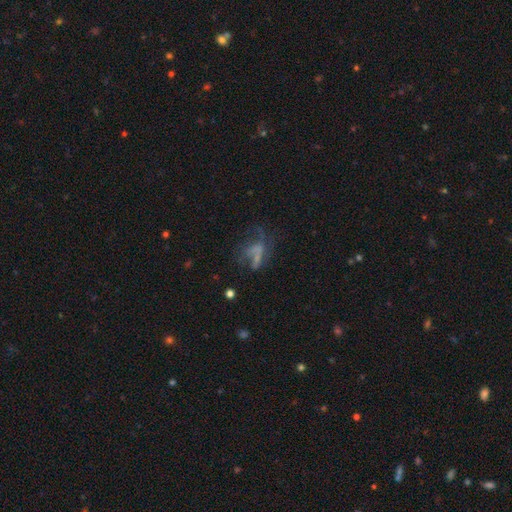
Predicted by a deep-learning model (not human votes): This appears to be a featured or disk galaxy (42%). Merging: major disturbance (45%).